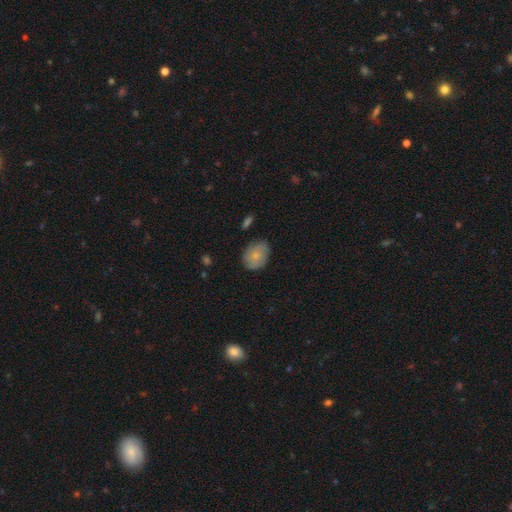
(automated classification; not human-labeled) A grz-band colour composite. It shows a smooth galaxy with no disk features (76%) that is in between round and cigar-shaped (59%). Merging: none (76%).